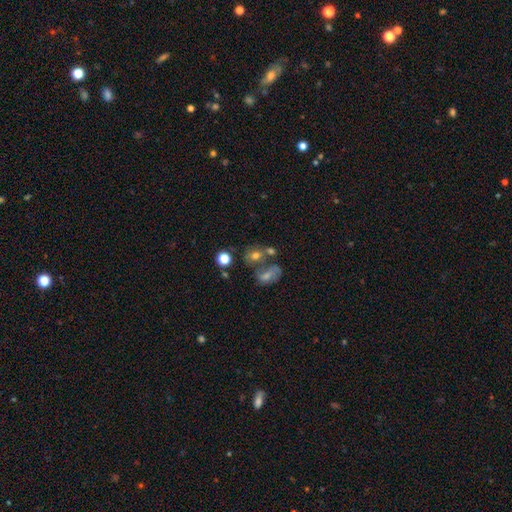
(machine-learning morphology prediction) Q: Smooth or featured?
A: smooth (57%); runner-up: featured or disk (27%)
Q: How rounded?
A: round (50%); runner-up: in between (48%)
Q: Merging?
A: merger (40%); runner-up: none (35%)